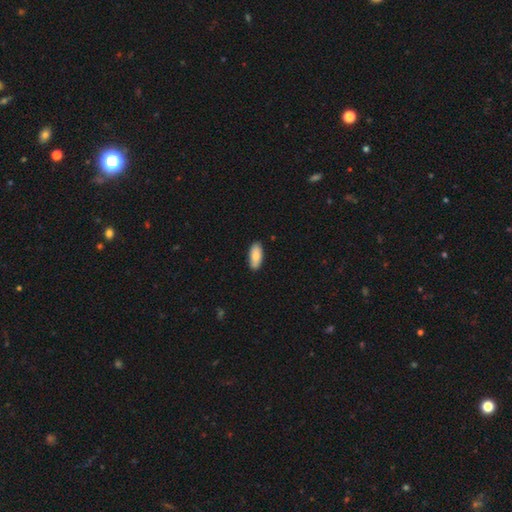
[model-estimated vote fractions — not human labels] Smooth or featured?
  - smooth: 83% *
  - featured or disk: 11%
  - star or artifact: 6%
How rounded?
  - in between: 87% *
  - cigar-shaped: 11%
  - round: 2%
Merging?
  - none: 88% *
  - minor disturbance: 10%
  - major disturbance: 2%
  - merger: 1%